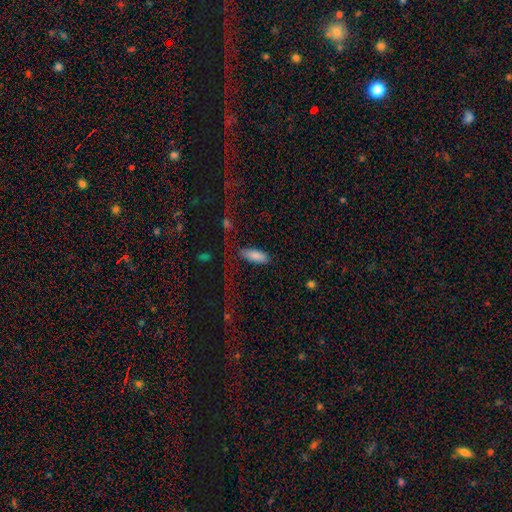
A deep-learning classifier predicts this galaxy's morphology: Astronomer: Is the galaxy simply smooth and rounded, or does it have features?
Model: smooth — 81%.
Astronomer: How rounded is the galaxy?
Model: in between — 75%.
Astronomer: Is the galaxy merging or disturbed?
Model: none — 63%.